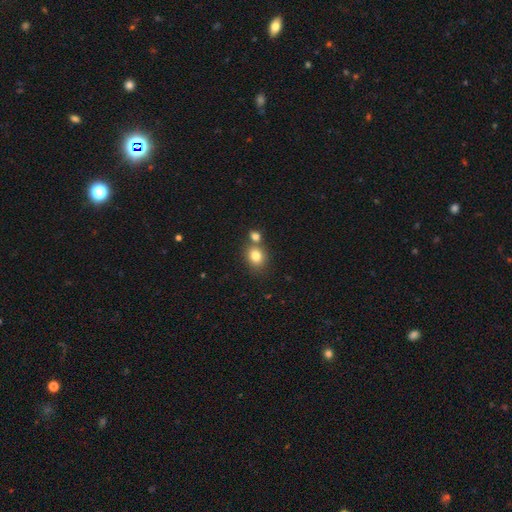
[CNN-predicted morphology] smooth 81%, star or artifact 11%, featured or disk 8%. Down the decision tree: how rounded — round (63%); merging — none (57%).